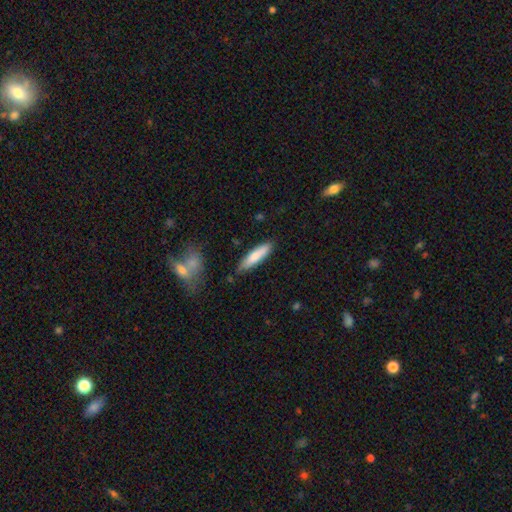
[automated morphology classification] Smooth or featured? smooth (77%)
How rounded? cigar-shaped (75%)
Merging? none (83%)